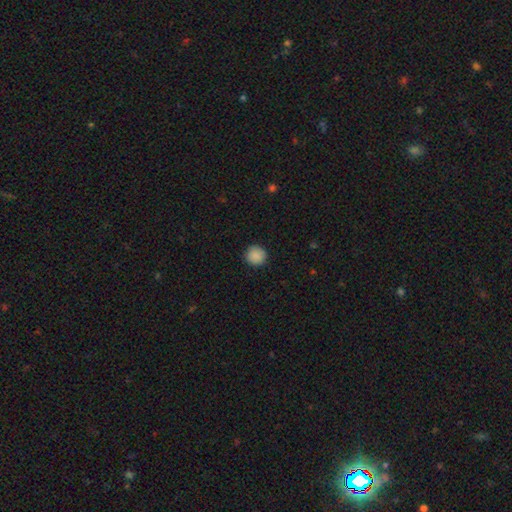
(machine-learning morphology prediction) Smooth or featured: smooth — 88% (star or artifact — 9%)
How rounded: round — 94% (in between — 5%)
Merging: none — 90% (minor disturbance — 7%)